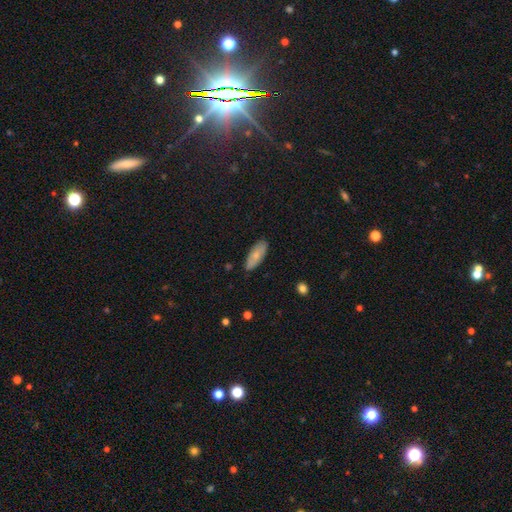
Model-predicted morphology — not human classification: The model was most divided on "smooth or featured": smooth: 73%, featured or disk: 21%, star or artifact: 6%. More confident: merging — none (84%); how rounded — in between (80%).